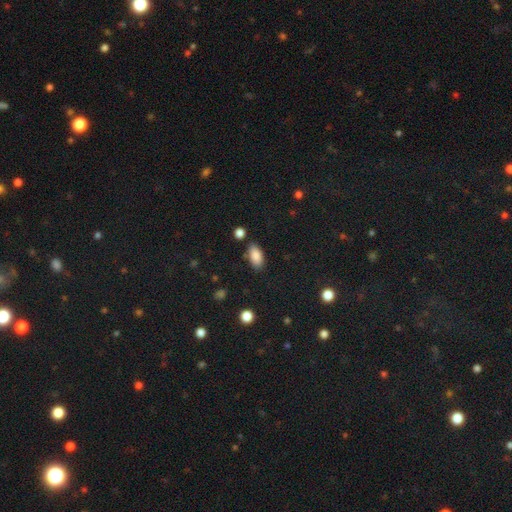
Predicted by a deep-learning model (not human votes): This is clearly a smooth galaxy (87%). How rounded: clearly in between (90%). Merging: clearly none (81%).